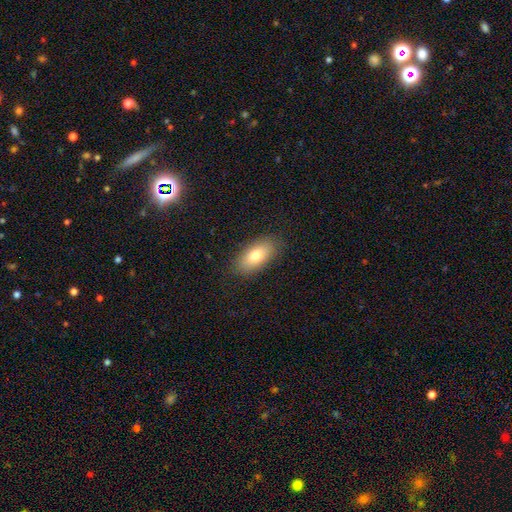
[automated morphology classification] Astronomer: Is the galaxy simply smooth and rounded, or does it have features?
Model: smooth — 76%.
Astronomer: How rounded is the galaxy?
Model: in between — 89%.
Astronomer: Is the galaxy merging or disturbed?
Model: none — 86%.